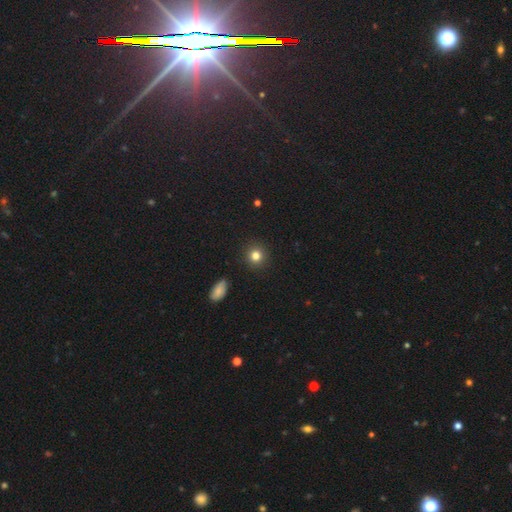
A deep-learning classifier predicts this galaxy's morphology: A smooth galaxy with no disk features (82%) that is round (92%).

Vote fractions:
- Smooth or featured? smooth: 82% / star or artifact: 12% / featured or disk: 6%
- How rounded? round: 92% / in between: 7% / cigar-shaped: 1%
- Merging? none: 91% / minor disturbance: 5% / major disturbance: 2% / merger: 1%